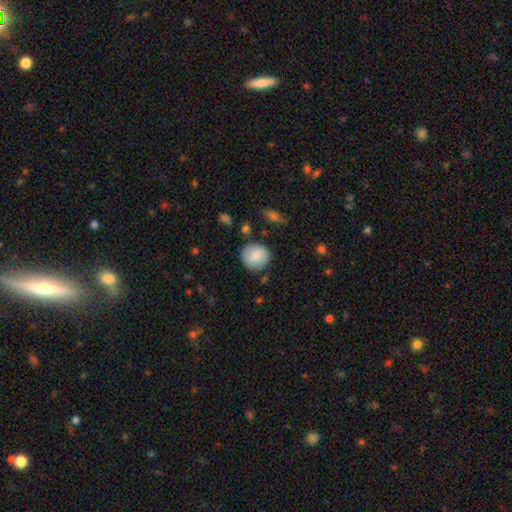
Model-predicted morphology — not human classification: Smooth or featured: smooth — 85% (featured or disk — 9%)
How rounded: round — 91% (in between — 8%)
Merging: none — 84% (minor disturbance — 11%)